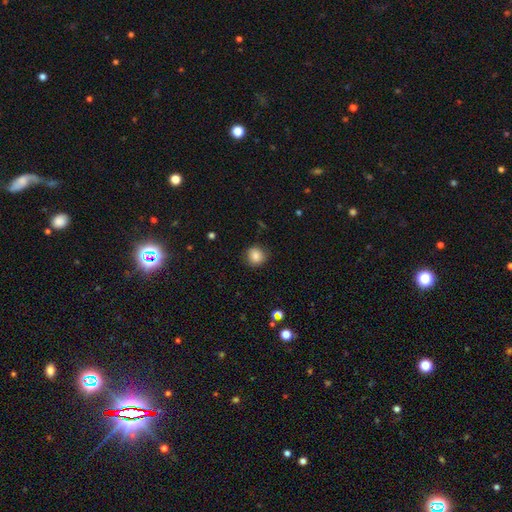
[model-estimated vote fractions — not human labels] Smooth or featured? Predicted: smooth (p=0.85). How rounded? Predicted: round (p=0.86). Merging? Predicted: none (p=0.84).